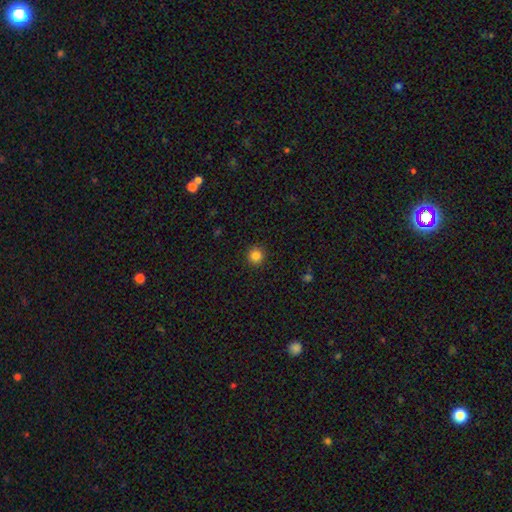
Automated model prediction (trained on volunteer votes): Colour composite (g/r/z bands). It shows a smooth galaxy with no disk features (84%) that is round (95%). Merging: none (92%).